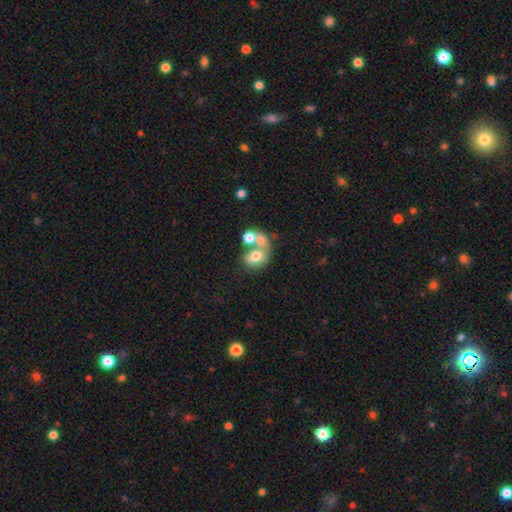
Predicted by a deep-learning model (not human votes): Smooth or featured: smooth — 63% (featured or disk — 25%)
How rounded: in between — 54% (round — 45%)
Merging: merger — 60% (none — 23%)